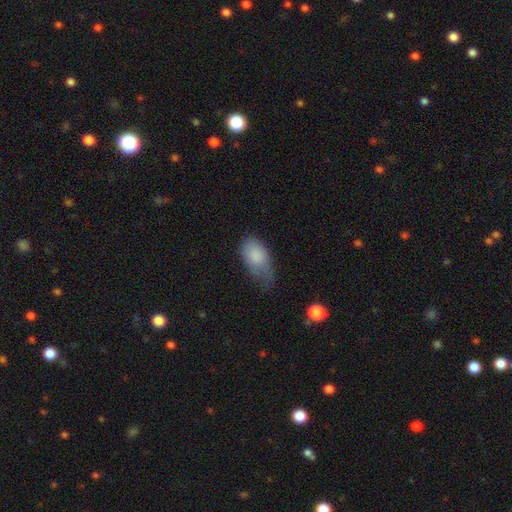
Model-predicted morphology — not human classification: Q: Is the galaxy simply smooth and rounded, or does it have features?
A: smooth — 82%.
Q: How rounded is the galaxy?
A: in between — 91%.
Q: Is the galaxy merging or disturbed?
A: minor disturbance — 41%.